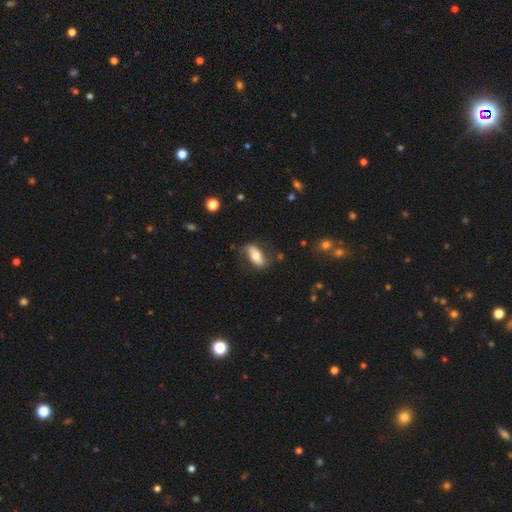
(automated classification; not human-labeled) A smooth galaxy with no disk features (64%) that is in between round and cigar-shaped (80%).

Vote fractions:
- Smooth or featured? smooth: 64% / featured or disk: 30% / star or artifact: 6%
- How rounded? in between: 80% / cigar-shaped: 17% / round: 3%
- Merging? none: 72% / minor disturbance: 19% / major disturbance: 6% / merger: 2%